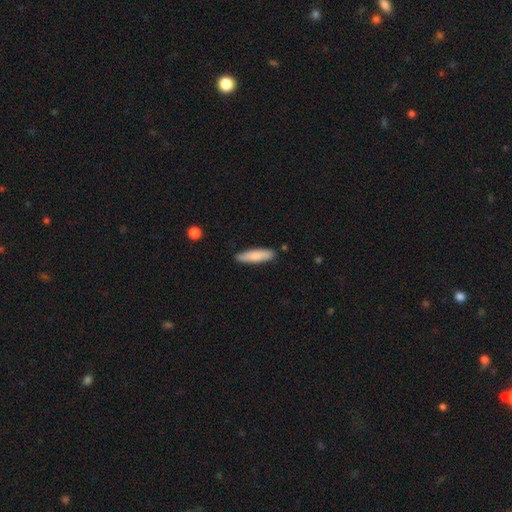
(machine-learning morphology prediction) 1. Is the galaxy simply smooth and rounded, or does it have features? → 80% smooth, 15% featured or disk, 5% star or artifact.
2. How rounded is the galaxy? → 70% cigar-shaped, 29% in between, 1% round.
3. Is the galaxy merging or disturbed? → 84% none, 12% minor disturbance, 2% major disturbance, 2% merger.